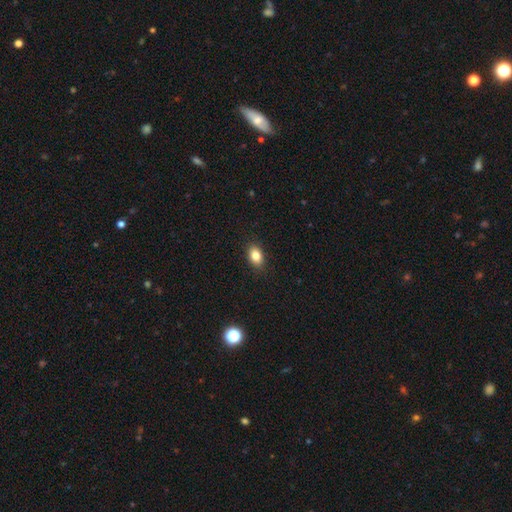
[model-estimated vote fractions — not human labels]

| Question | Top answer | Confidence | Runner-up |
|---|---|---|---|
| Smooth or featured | smooth | 83% | star or artifact (9%) |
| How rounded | in between | 84% | round (14%) |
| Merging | none | 88% | minor disturbance (9%) |